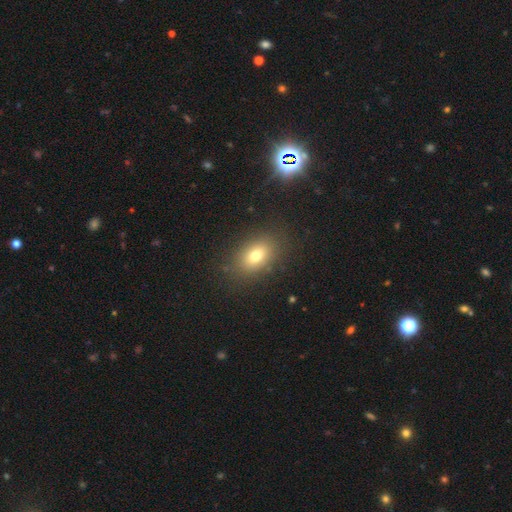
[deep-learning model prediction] smooth 74%, featured or disk 13%, star or artifact 13%. Down the decision tree: how rounded — in between (78%); merging — none (84%).